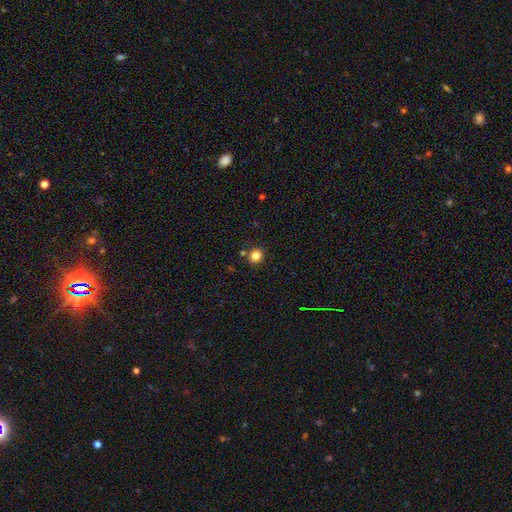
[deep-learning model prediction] smooth 83%, star or artifact 12%, featured or disk 5%. Down the decision tree: how rounded — round (85%); merging — none (84%).